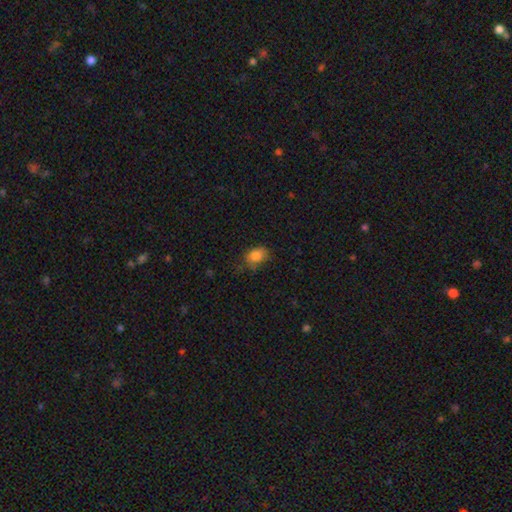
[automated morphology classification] This is clearly a smooth galaxy (84%). How rounded: likely in between (74%). Merging: likely none (63%).